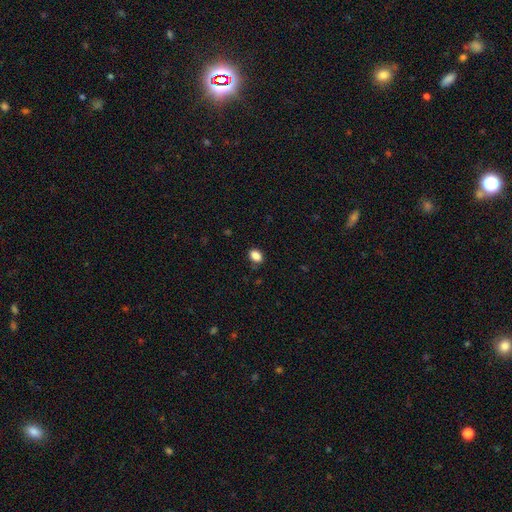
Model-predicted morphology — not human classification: smooth_or_featured: smooth (p=0.87) [alt: star or artifact p=0.09]
how_rounded: in between (p=0.77) [alt: round p=0.22]
merging: none (p=0.84) [alt: minor disturbance p=0.12]